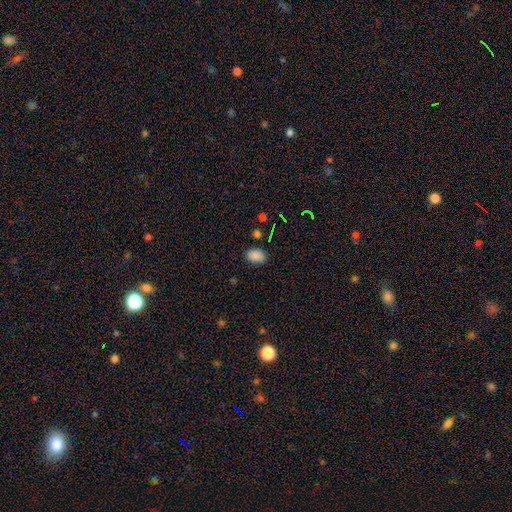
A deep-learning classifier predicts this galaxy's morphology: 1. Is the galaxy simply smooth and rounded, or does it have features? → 84% smooth, 12% star or artifact, 5% featured or disk.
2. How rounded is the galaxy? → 80% in between, 19% round, 1% cigar-shaped.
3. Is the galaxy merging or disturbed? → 80% none, 15% minor disturbance, 3% major disturbance, 2% merger.